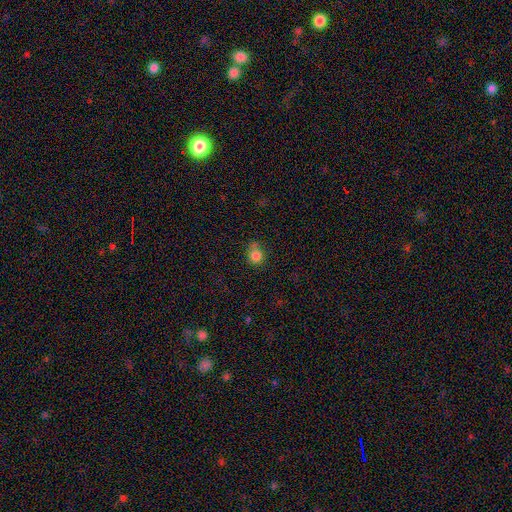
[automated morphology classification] Q: Smooth or featured?
A: smooth (82%); runner-up: star or artifact (12%)
Q: How rounded?
A: round (79%); runner-up: in between (20%)
Q: Merging?
A: none (57%); runner-up: minor disturbance (24%)